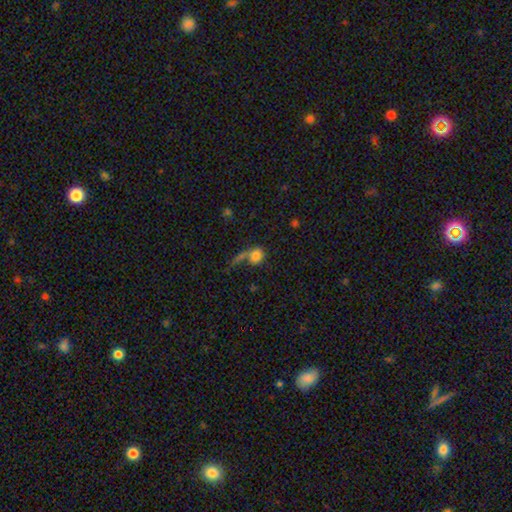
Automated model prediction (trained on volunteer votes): Smooth or featured: smooth — 80% (star or artifact — 10%)
How rounded: round — 76% (in between — 22%)
Merging: none — 42% (merger — 29%)